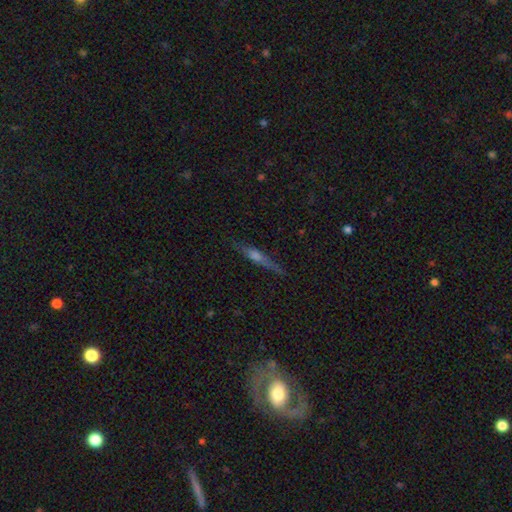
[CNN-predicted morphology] This is likely a featured or disk galaxy (61%). It is clearly viewed edge-on (96%). Edge-on bulge: likely rounded (75%). Merging: clearly none (84%).